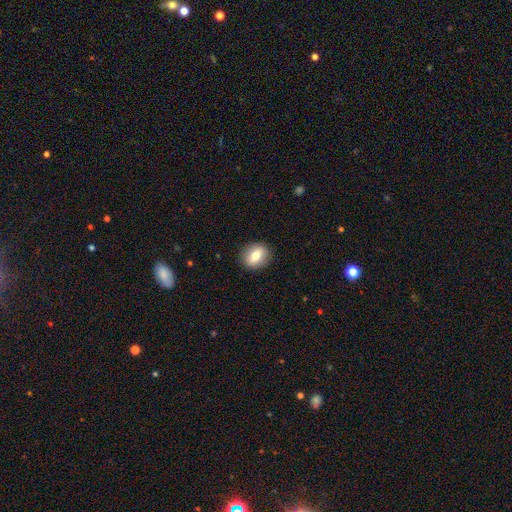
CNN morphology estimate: smooth_or_featured: smooth (p=0.73) [alt: featured or disk p=0.19]
how_rounded: round (p=0.57) [alt: in between p=0.41]
merging: none (p=0.89) [alt: minor disturbance p=0.08]